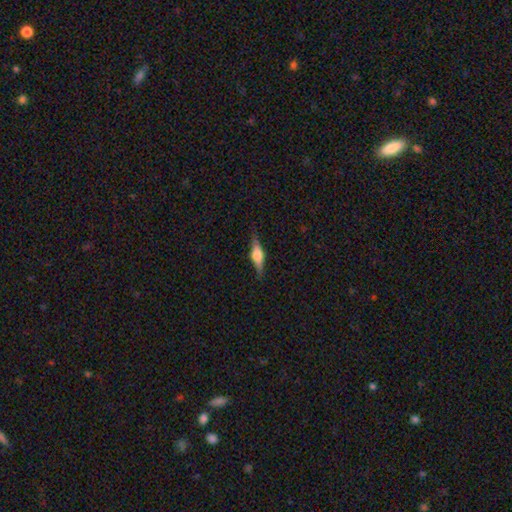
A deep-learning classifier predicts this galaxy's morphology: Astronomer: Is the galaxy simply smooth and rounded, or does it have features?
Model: featured or disk — 59% (runner-up: smooth, 35%).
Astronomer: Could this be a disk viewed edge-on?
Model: yes — 96%.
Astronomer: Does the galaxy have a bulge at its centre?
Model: rounded — 88%.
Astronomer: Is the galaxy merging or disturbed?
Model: none — 84%.